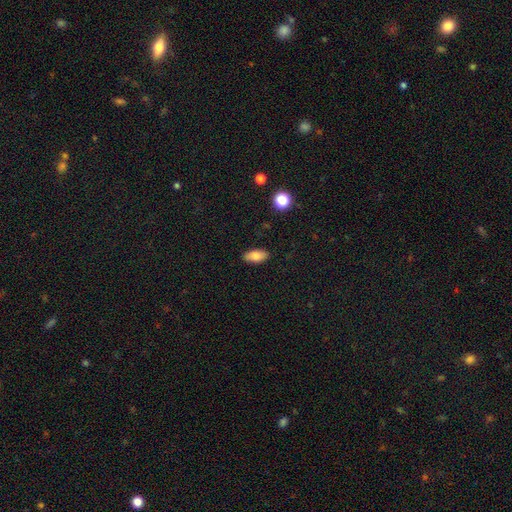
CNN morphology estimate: Smooth or featured?
  - smooth: 80% *
  - featured or disk: 12%
  - star or artifact: 8%
How rounded?
  - in between: 88% *
  - cigar-shaped: 9%
  - round: 3%
Merging?
  - none: 88% *
  - minor disturbance: 9%
  - major disturbance: 2%
  - merger: 1%